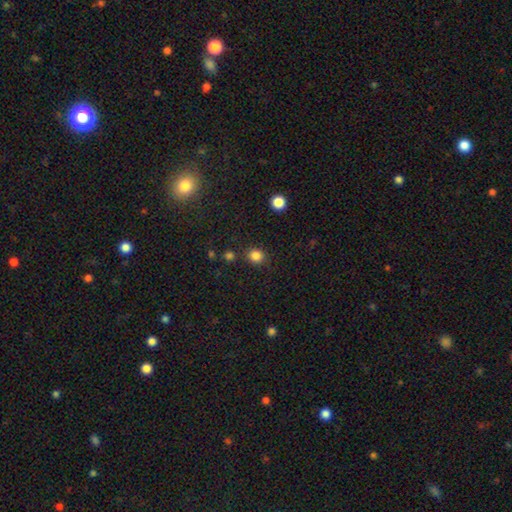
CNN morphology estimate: This is clearly a smooth galaxy (83%). How rounded: clearly round (85%). Merging: clearly none (85%).